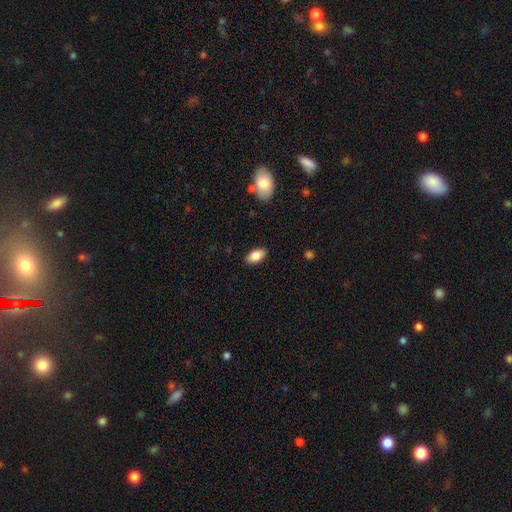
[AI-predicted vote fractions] Smooth or featured?
  - smooth: 84% *
  - featured or disk: 9%
  - star or artifact: 7%
How rounded?
  - in between: 92% *
  - round: 4%
  - cigar-shaped: 4%
Merging?
  - none: 87% *
  - minor disturbance: 10%
  - major disturbance: 2%
  - merger: 1%